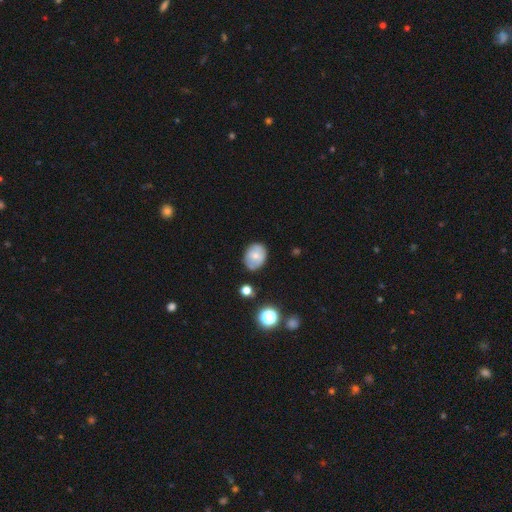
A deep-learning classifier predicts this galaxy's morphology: Smooth or featured? smooth (62%)
How rounded? in between (56%)
Merging? none (73%)